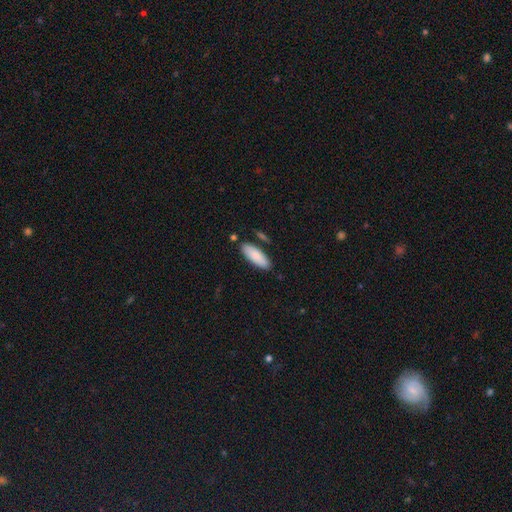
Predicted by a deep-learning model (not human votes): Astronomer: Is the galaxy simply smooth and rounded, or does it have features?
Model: smooth — 88%.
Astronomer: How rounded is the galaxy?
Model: in between — 70%.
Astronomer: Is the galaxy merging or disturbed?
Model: none — 83%.